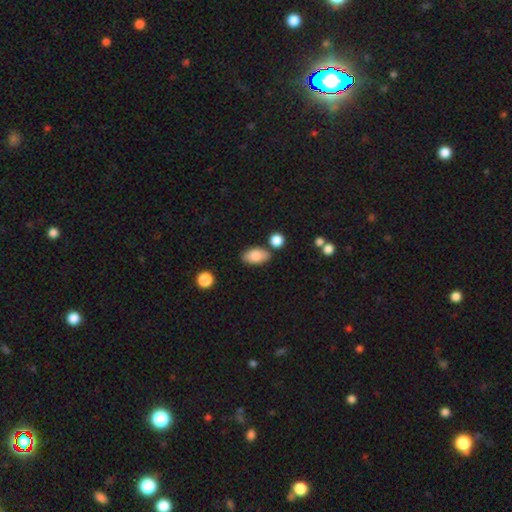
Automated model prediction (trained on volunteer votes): Smooth or featured? smooth (83%)
How rounded? in between (92%)
Merging? none (76%)